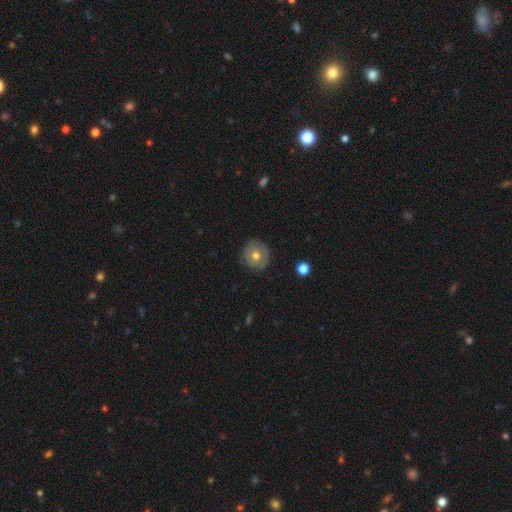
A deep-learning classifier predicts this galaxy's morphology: Smooth or featured? smooth (65%)
How rounded? round (94%)
Merging? none (86%)